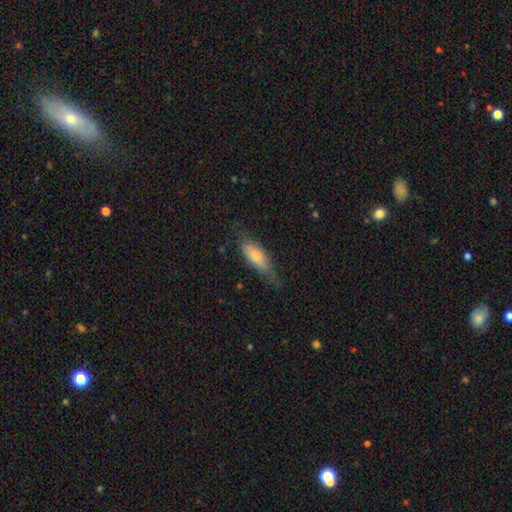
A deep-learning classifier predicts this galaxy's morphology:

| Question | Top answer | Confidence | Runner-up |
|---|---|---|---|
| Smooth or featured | smooth | 69% | featured or disk (25%) |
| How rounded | in between | 57% | cigar-shaped (41%) |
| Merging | none | 62% | minor disturbance (28%) |